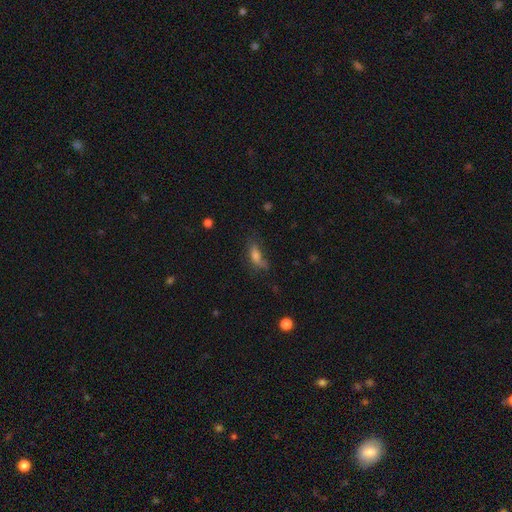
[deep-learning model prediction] Morphology: type=smooth (65%); roundness=in between (65%); merging=none (43%).